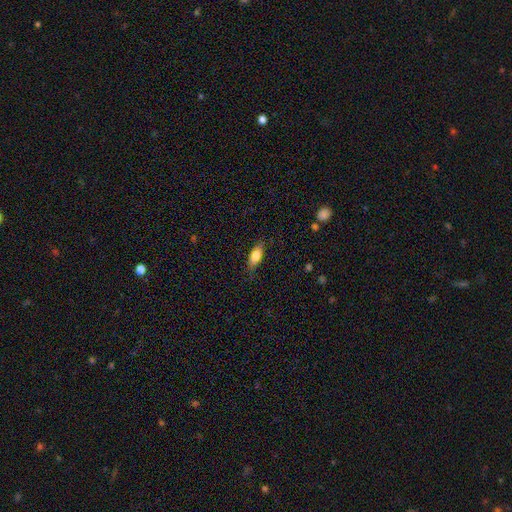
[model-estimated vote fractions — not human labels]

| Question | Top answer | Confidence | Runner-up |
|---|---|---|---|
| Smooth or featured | smooth | 74% | featured or disk (19%) |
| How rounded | in between | 68% | cigar-shaped (28%) |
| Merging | none | 80% | minor disturbance (15%) |